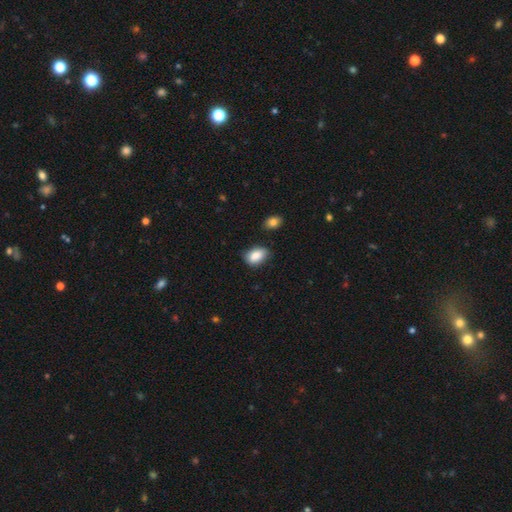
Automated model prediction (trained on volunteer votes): smooth 87%, star or artifact 7%, featured or disk 6%. Down the decision tree: how rounded — in between (83%); merging — none (73%).